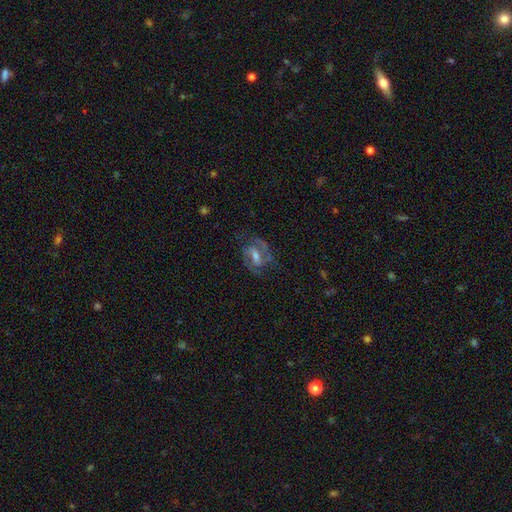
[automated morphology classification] Smooth or featured? Predicted: featured or disk (p=0.81). Edge-on disk? Predicted: no (p=0.97). Bar? Predicted: weak (p=0.47). Spiral arms? Predicted: yes (p=0.93). Spiral winding? Predicted: medium (p=0.55). Spiral arm count? Predicted: 2 (p=0.83). Bulge size? Predicted: moderate (p=0.49). Merging? Predicted: none (p=0.68).